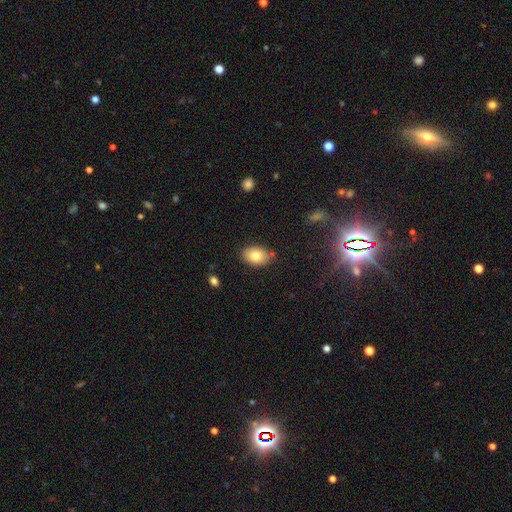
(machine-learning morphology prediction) type=smooth (79%); roundness=in between (81%); merging=none (83%).